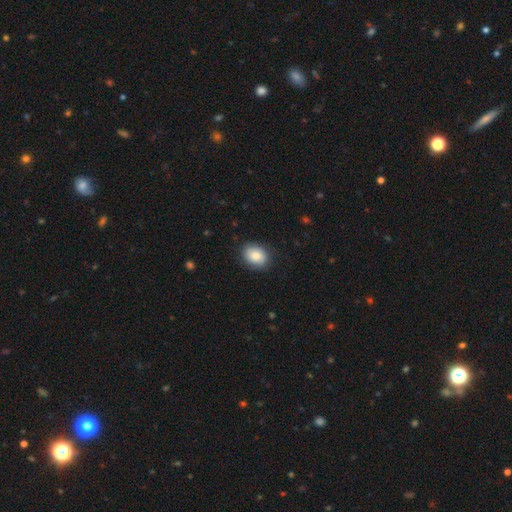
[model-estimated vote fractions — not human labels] This appears to be a smooth galaxy with no disk features (84%) that is in between round and cigar-shaped (63%). Merging: none (84%).